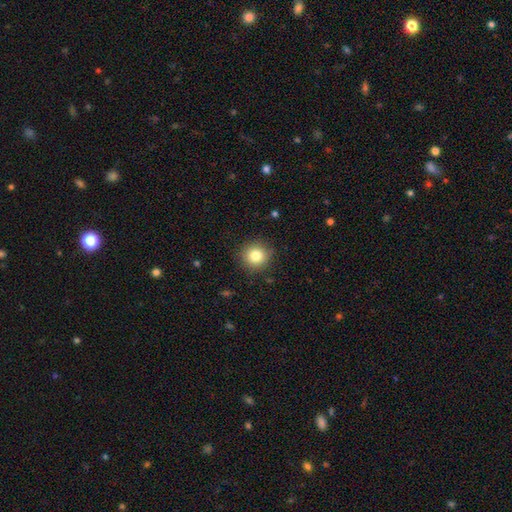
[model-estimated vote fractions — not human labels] smooth_or_featured: smooth (p=0.82) [alt: star or artifact p=0.11]
how_rounded: round (p=0.94) [alt: in between p=0.05]
merging: none (p=0.89) [alt: minor disturbance p=0.07]